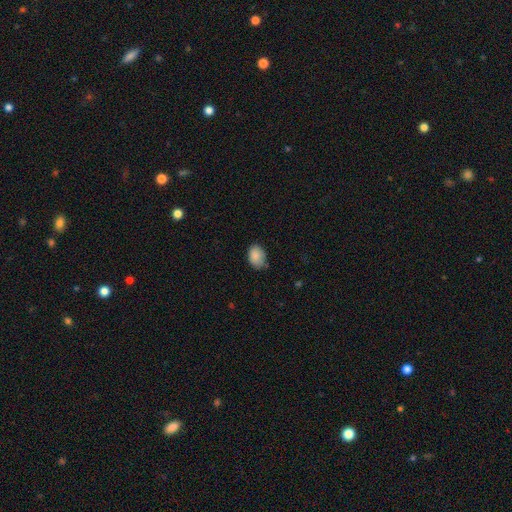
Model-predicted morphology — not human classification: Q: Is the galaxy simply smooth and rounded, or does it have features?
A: smooth — 87%.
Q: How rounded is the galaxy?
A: in between — 76%.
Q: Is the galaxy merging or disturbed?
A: none — 67%.